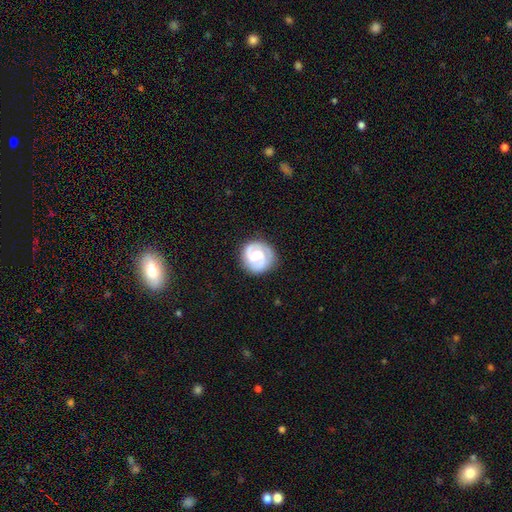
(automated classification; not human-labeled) Overall: featured or disk (75%). Edge-on disk: no (98%). Bar: no (45%; weak 43%). Spiral arms: yes (91%). Spiral arm count: 2 (70%). Spiral winding: tight (56%; medium 34%). Bulge size: moderate (67%). Merging: none (83%).